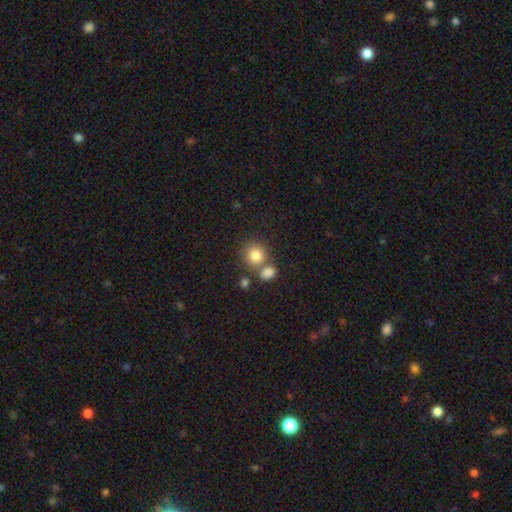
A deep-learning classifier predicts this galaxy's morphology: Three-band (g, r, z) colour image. It shows a smooth galaxy with no disk features (82%) that is round (83%). Merging: none (55%).